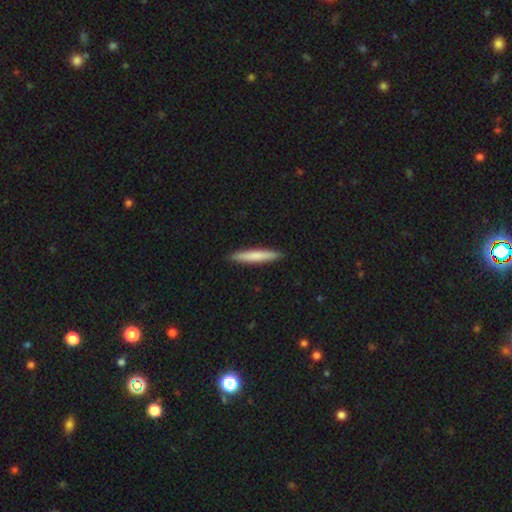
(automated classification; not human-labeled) Smooth or featured?
  - smooth: 75% *
  - featured or disk: 20%
  - star or artifact: 5%
How rounded?
  - cigar-shaped: 94% *
  - in between: 4%
  - round: 1%
Merging?
  - none: 92% *
  - minor disturbance: 6%
  - major disturbance: 1%
  - merger: 1%